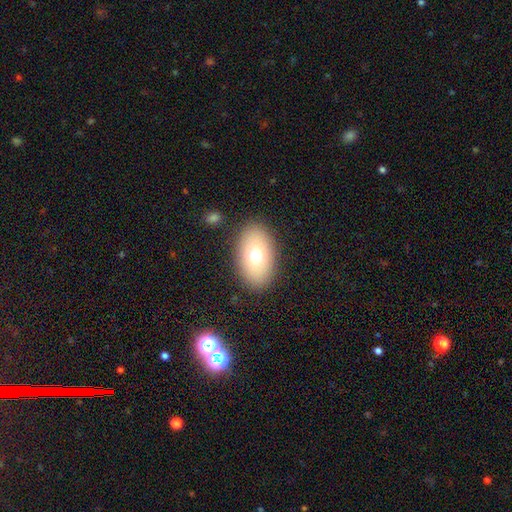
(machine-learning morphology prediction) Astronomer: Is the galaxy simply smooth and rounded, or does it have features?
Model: smooth — 70%.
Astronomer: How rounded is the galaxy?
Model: in between — 87%.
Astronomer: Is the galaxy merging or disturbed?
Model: none — 87%.